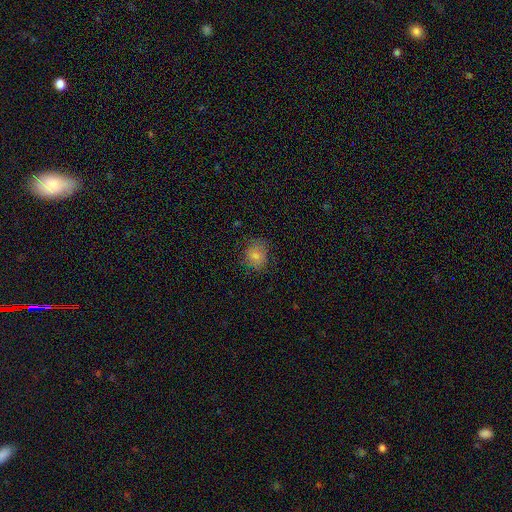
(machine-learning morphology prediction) Smooth or featured? smooth (78%)
How rounded? round (70%)
Merging? none (70%)